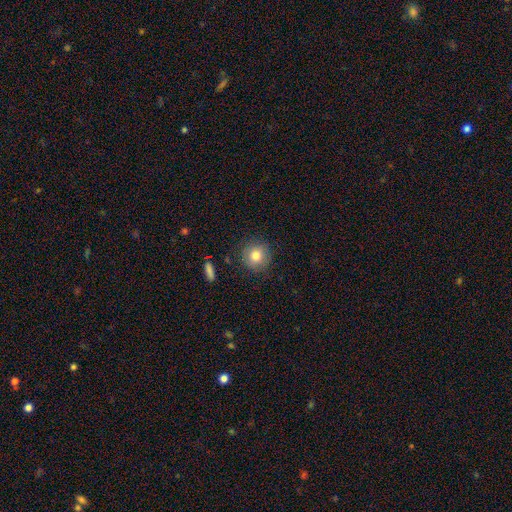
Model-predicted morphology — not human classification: Smooth or featured? smooth (81%)
How rounded? round (90%)
Merging? none (85%)